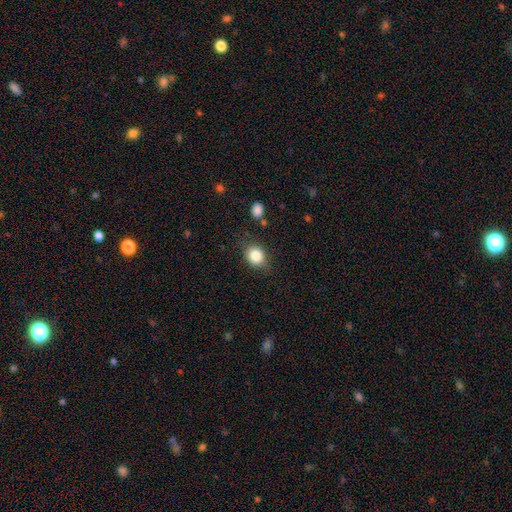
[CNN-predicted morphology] smooth-or-featured: smooth: 84% | star or artifact: 10% | featured or disk: 6%
  how-rounded: round: 64% | in between: 35% | cigar-shaped: 1%
  merging: none: 79% | minor disturbance: 14% | major disturbance: 5% | merger: 3%